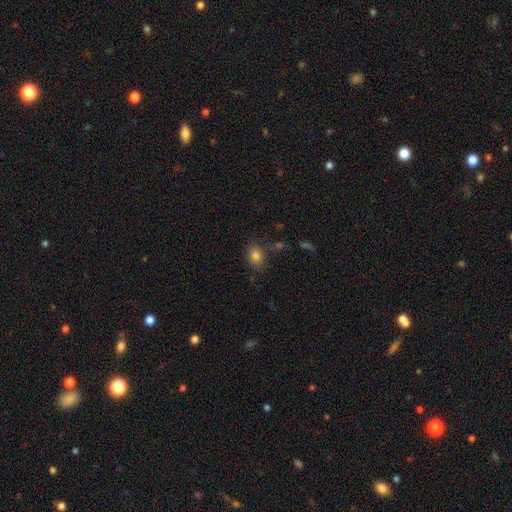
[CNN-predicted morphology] smooth_or_featured: smooth (p=0.82) [alt: star or artifact p=0.11]
how_rounded: in between (p=0.61) [alt: round p=0.38]
merging: none (p=0.80) [alt: minor disturbance p=0.12]